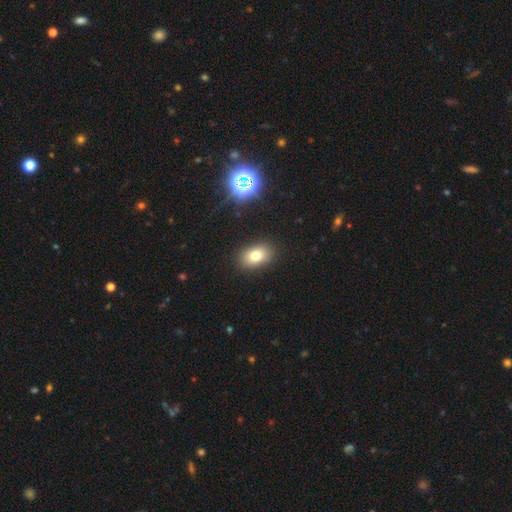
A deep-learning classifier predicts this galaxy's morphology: smooth_or_featured: smooth (p=0.77) [alt: star or artifact p=0.13]
how_rounded: in between (p=0.83) [alt: round p=0.16]
merging: none (p=0.87) [alt: minor disturbance p=0.09]